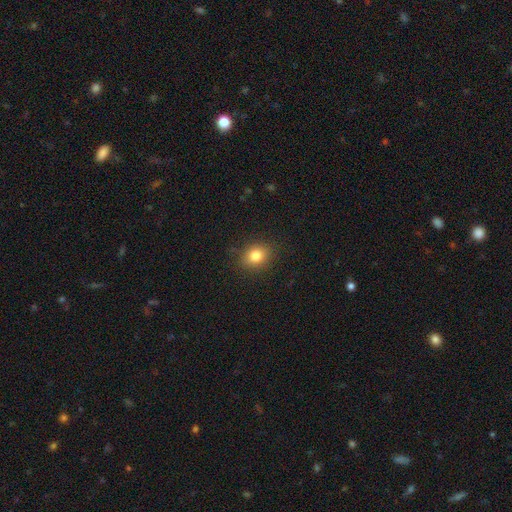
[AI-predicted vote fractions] smooth 82%, star or artifact 11%, featured or disk 7%. Down the decision tree: how rounded — round (54%); merging — none (86%).